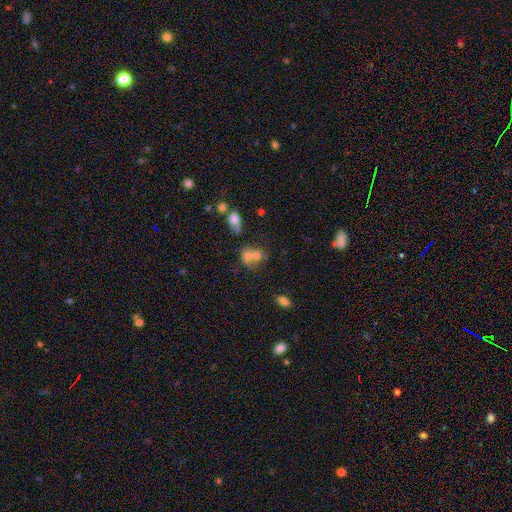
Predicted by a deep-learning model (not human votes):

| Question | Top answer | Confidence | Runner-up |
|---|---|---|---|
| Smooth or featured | smooth | 64% | featured or disk (20%) |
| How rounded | round | 51% | in between (47%) |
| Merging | merger | 56% | none (27%) |